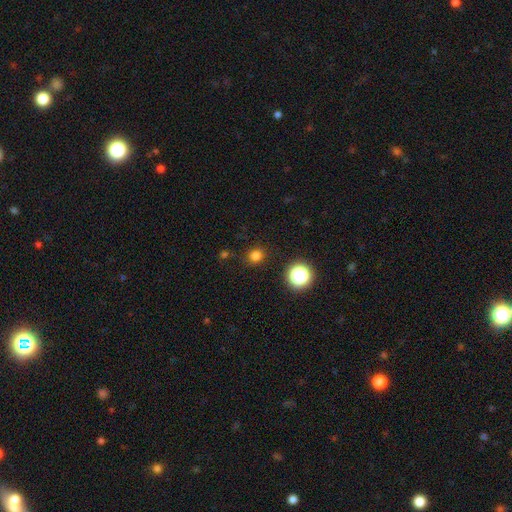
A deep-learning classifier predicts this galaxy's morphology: Smooth or featured? Predicted: smooth (p=0.78). How rounded? Predicted: round (p=0.87). Merging? Predicted: none (p=0.87).